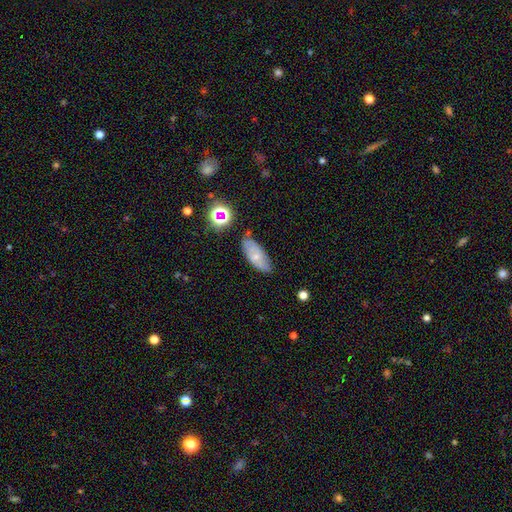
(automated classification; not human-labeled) smooth 56%, featured or disk 34%, star or artifact 10%. Down the decision tree: how rounded — in between (83%); merging — none (70%).